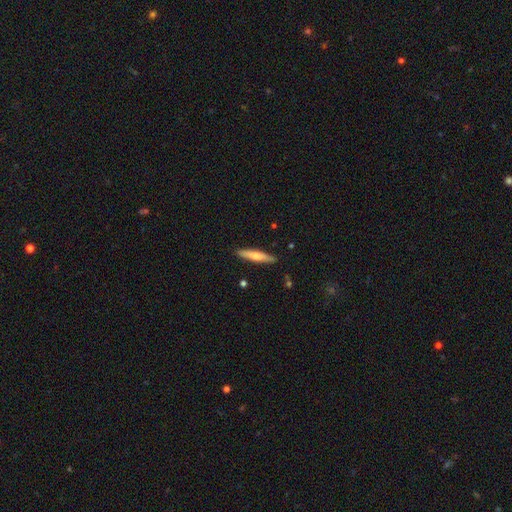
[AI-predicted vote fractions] smooth-or-featured: smooth: 65% | featured or disk: 30% | star or artifact: 5%
  how-rounded: cigar-shaped: 88% | in between: 10% | round: 1%
  merging: none: 89% | minor disturbance: 8% | major disturbance: 2% | merger: 1%